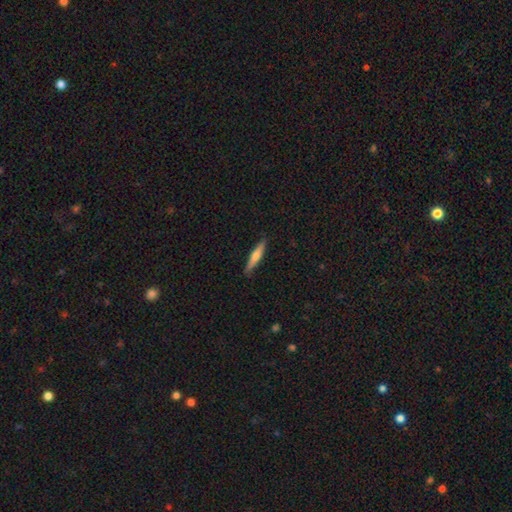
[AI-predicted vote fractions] This appears to be a smooth galaxy with no disk features (59%) that is cigar-shaped (89%). Merging: none (88%).